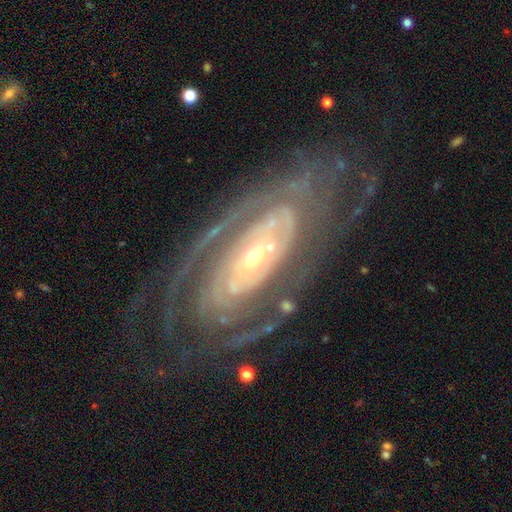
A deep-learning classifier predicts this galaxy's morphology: Q: Smooth or featured?
A: featured or disk (90%); runner-up: smooth (5%)
Q: Edge-on disk?
A: no (94%); runner-up: yes (6%)
Q: Bar?
A: no (62%); runner-up: weak (23%)
Q: Spiral arms?
A: yes (96%); runner-up: no (4%)
Q: Spiral winding?
A: tight (70%); runner-up: medium (24%)
Q: Spiral arm count?
A: 2 (35%); runner-up: can't tell (23%)
Q: Bulge size?
A: small (51%); runner-up: moderate (43%)
Q: Merging?
A: none (67%); runner-up: minor disturbance (18%)